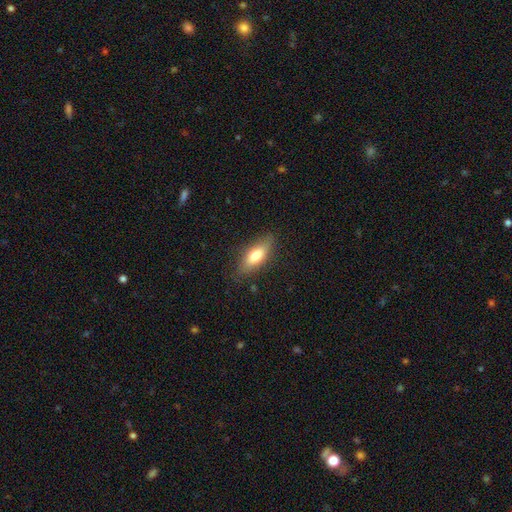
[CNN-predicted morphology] Smooth or featured: smooth — 70% (featured or disk — 23%)
How rounded: in between — 69% (cigar-shaped — 28%)
Merging: none — 81% (minor disturbance — 15%)